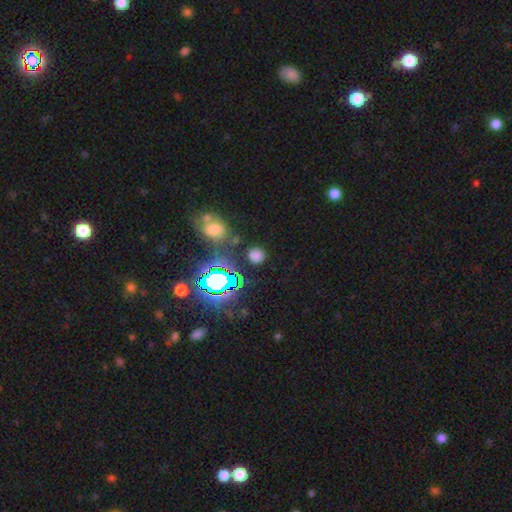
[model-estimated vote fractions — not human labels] Smooth or featured? Predicted: smooth (p=0.63). How rounded? Predicted: round (p=0.86). Merging? Predicted: none (p=0.83).